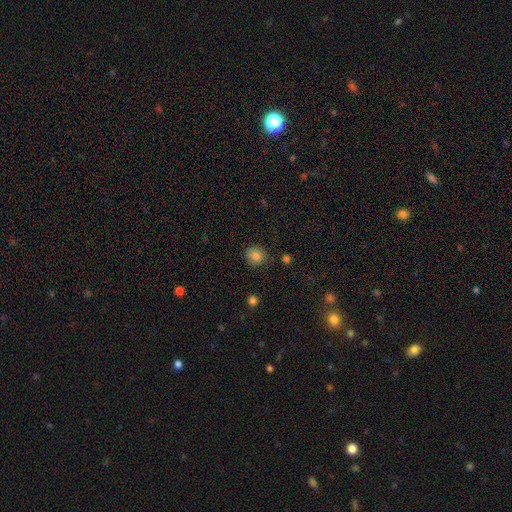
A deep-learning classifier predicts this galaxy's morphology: A smooth galaxy with no disk features (82%) that is round (83%). Merging: none (83%).